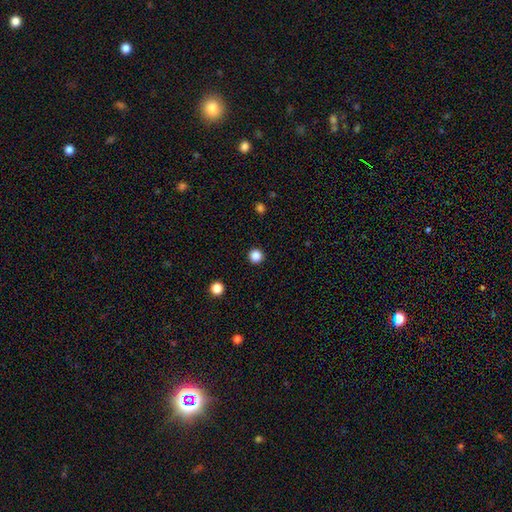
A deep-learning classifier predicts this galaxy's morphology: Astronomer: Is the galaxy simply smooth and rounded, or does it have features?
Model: smooth — 85%.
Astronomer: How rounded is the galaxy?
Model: round — 96%.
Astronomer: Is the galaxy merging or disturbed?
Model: none — 93%.